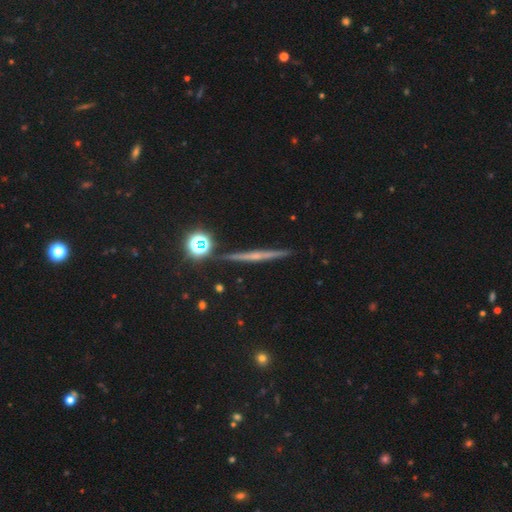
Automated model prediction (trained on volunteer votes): smooth-or-featured: featured or disk: 63% | smooth: 24% | star or artifact: 12%
  disk-edge-on: yes: 98% | no: 2%
    edge-on-bulge: none: 55% | rounded: 37% | boxy: 7%
  merging: none: 91% | minor disturbance: 6% | merger: 2% | major disturbance: 1%